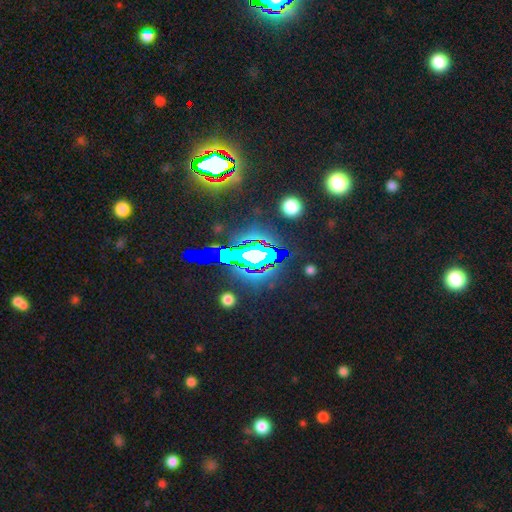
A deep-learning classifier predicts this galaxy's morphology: Overall: star or artifact (70%).